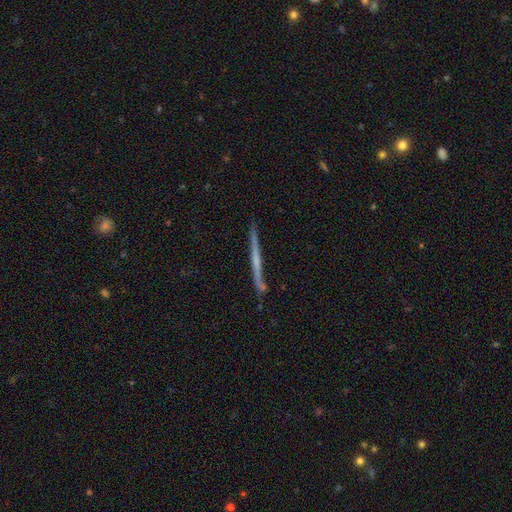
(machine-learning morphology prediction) type=featured or disk (65%); edge-on=yes (97%); edge-on bulge=none (66%); merging=none (86%).